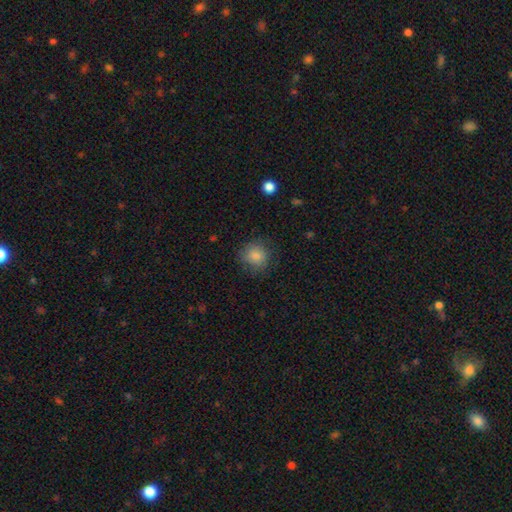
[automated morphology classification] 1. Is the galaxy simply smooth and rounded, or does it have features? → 85% smooth, 10% star or artifact, 5% featured or disk.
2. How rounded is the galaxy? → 87% round, 12% in between, 1% cigar-shaped.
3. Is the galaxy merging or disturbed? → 80% none, 14% minor disturbance, 5% major disturbance, 1% merger.